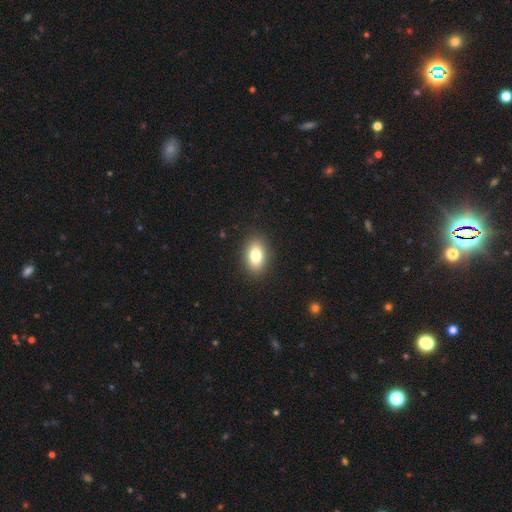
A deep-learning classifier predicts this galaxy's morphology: smooth 80%, featured or disk 11%, star or artifact 9%. Down the decision tree: how rounded — in between (85%); merging — none (89%).